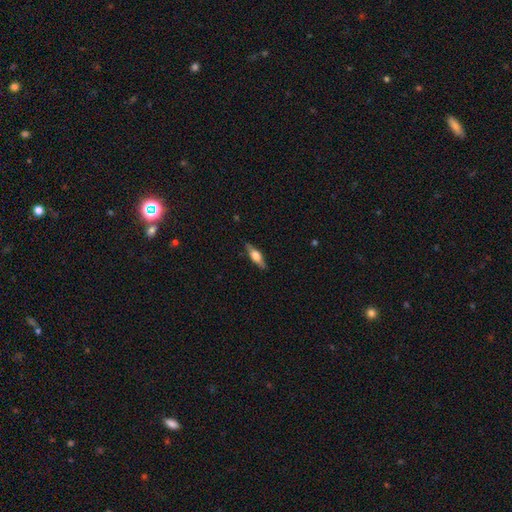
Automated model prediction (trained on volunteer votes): This appears to be a featured or disk galaxy (53%) viewed edge-on (93%). Merging: none (85%).